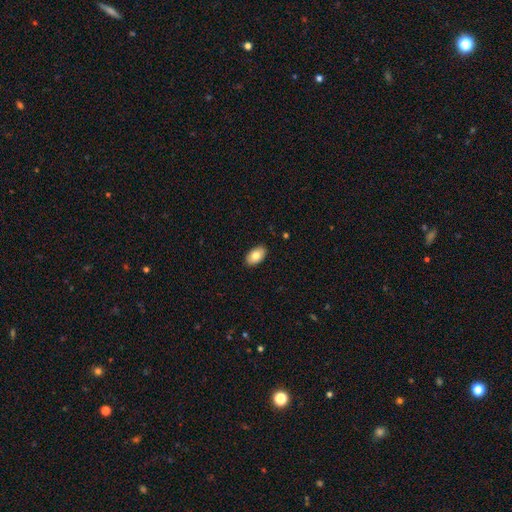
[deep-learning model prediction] A smooth galaxy with no disk features (79%) that is in between round and cigar-shaped (94%). Merging: none (89%).